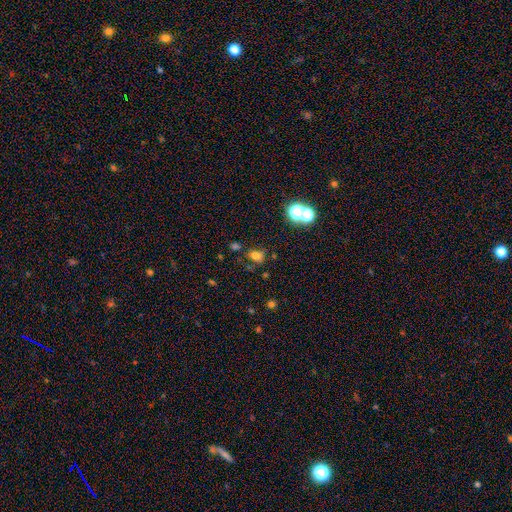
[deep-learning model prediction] This is likely a smooth galaxy (66%). How rounded: likely in between (63%). Merging: likely none (63%).